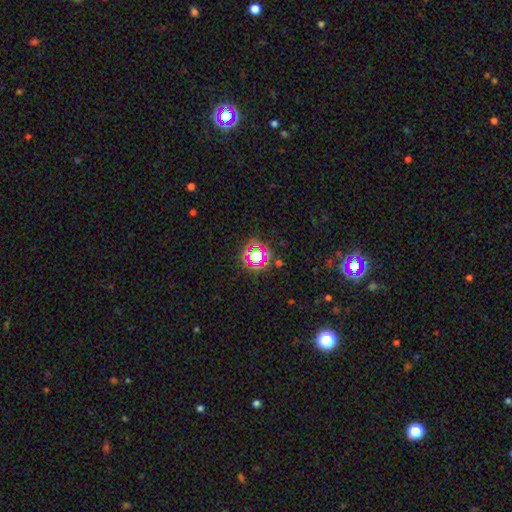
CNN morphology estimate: smooth_or_featured: star or artifact (p=0.66) [alt: smooth p=0.23]